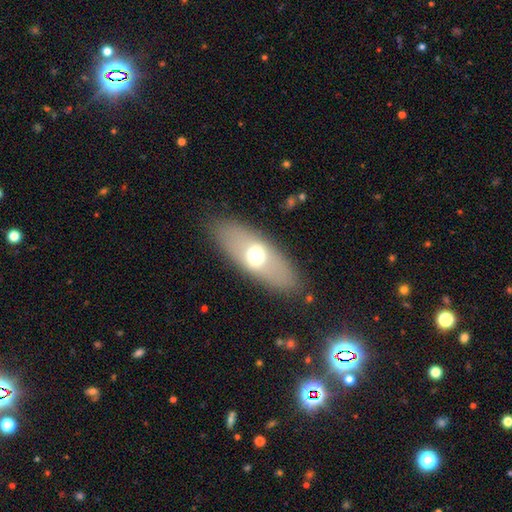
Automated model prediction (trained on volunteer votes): Morphology: type=smooth (55%); roundness=in between (74%); merging=none (85%).